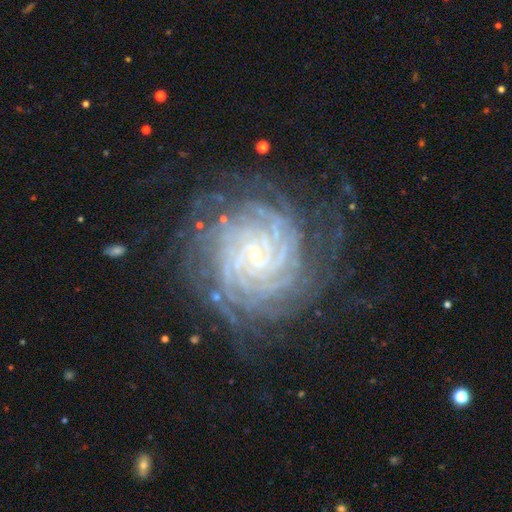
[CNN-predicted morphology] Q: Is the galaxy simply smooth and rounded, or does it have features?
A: featured or disk — 89%.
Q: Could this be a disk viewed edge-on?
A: no — 98%.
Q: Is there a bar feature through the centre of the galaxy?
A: no — 66%.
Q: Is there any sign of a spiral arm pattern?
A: yes — 98%.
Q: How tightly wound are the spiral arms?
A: tight — 86%.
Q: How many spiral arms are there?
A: more than 4 — 40%.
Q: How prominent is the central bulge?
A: small — 88%.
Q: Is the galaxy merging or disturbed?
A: none — 76%.